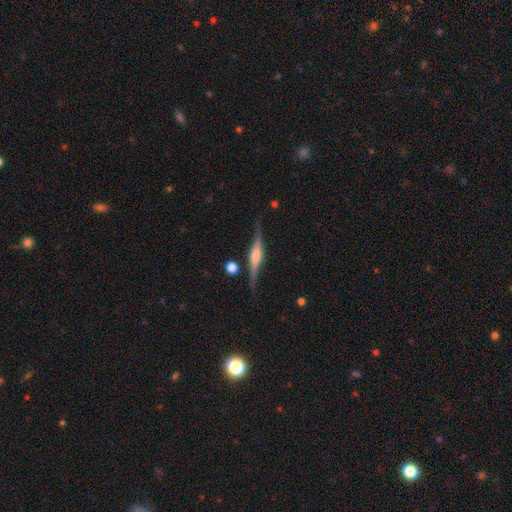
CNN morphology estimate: This is likely a featured or disk galaxy (79%). It is clearly viewed edge-on (97%). Edge-on bulge: likely rounded (71%). Merging: clearly none (84%).